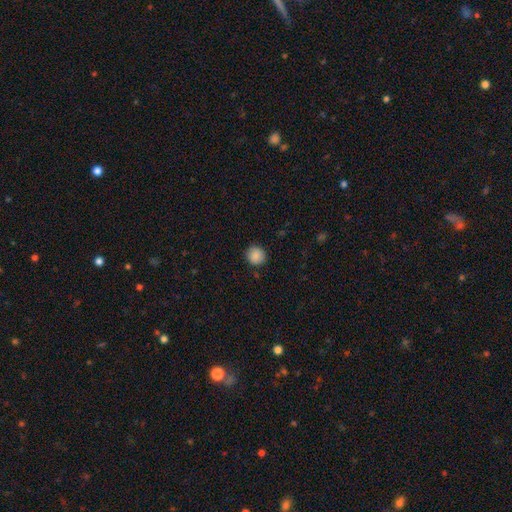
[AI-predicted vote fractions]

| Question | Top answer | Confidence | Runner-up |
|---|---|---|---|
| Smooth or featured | smooth | 88% | star or artifact (8%) |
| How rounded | round | 90% | in between (9%) |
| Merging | none | 88% | minor disturbance (8%) |